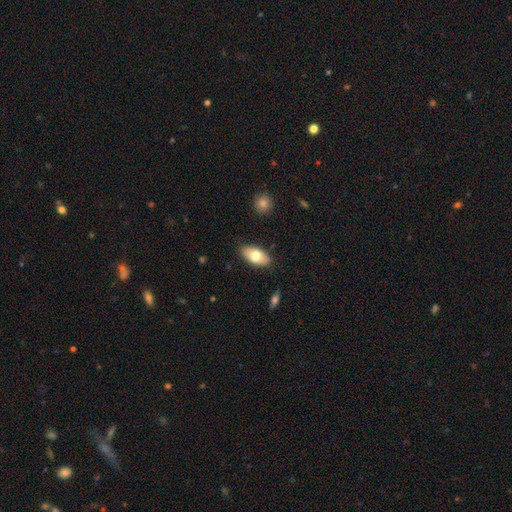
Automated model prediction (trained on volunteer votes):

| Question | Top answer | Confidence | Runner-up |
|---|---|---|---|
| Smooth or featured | smooth | 76% | featured or disk (18%) |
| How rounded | in between | 92% | cigar-shaped (5%) |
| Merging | none | 85% | minor disturbance (12%) |